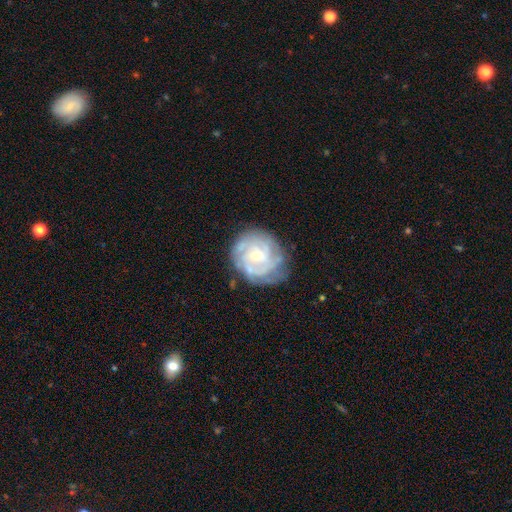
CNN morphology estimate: smooth-or-featured: featured or disk: 79% | smooth: 14% | star or artifact: 6%
  disk-edge-on: no: 98% | yes: 2%
    bar: no: 71% | weak: 25% | strong: 5%
    has-spiral-arms: yes: 89% | no: 11%
      spiral-winding: tight: 66% | medium: 27% | loose: 7%
      spiral-arm-count: can't tell: 39% | 3: 19% | 4: 15% | 2: 15% | more than 4: 6% | 1: 5%
    bulge-size: small: 71% | moderate: 25% | none: 2% | large: 1% | dominant: 1%
  merging: none: 69% | minor disturbance: 20% | major disturbance: 9% | merger: 2%